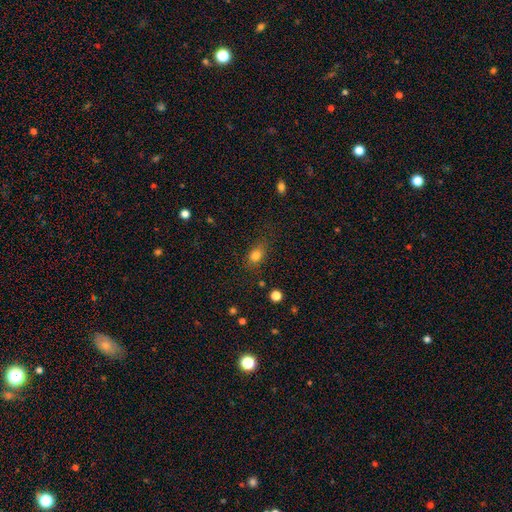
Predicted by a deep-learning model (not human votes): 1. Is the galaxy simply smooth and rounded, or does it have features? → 81% smooth, 12% star or artifact, 7% featured or disk.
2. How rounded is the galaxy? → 70% in between, 26% round, 4% cigar-shaped.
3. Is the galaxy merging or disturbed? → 72% none, 18% minor disturbance, 7% major disturbance, 2% merger.